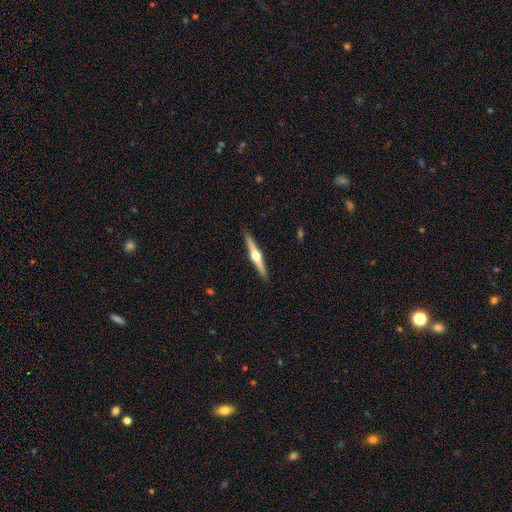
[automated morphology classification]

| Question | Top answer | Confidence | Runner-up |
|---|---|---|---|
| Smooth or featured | featured or disk | 77% | smooth (18%) |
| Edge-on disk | yes | 98% | no (2%) |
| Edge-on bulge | rounded | 96% | boxy (2%) |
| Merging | none | 92% | minor disturbance (6%) |